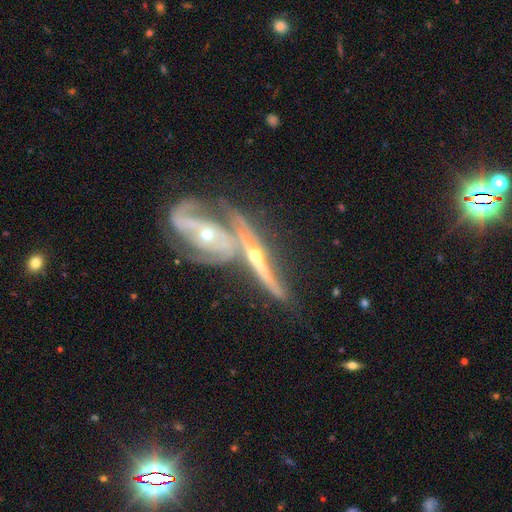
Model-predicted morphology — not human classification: The model was most divided on "merging": merger: 44%, none: 37%, minor disturbance: 12%, major disturbance: 7%. More confident: edge-on bulge — rounded (91%); smooth or featured — featured or disk (80%); edge-on disk — yes (76%).